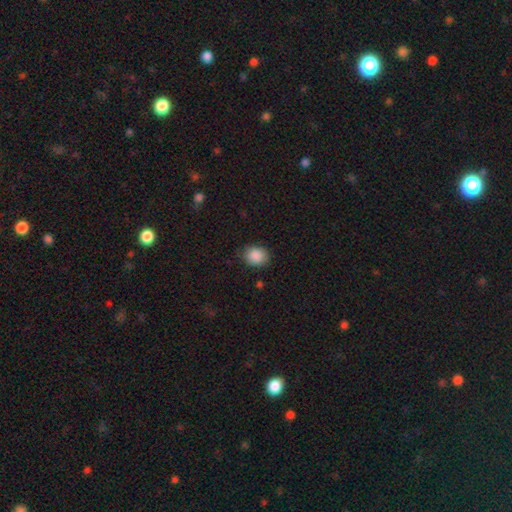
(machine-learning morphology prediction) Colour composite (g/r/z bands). It shows a smooth galaxy with no disk features (88%) that is round (61%). Merging: none (82%).